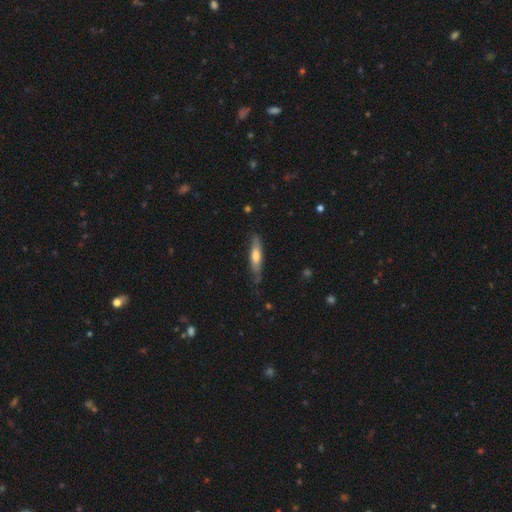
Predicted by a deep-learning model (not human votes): Overall: smooth (59%; featured or disk 35%). How rounded: cigar-shaped (77%). Merging: none (71%).